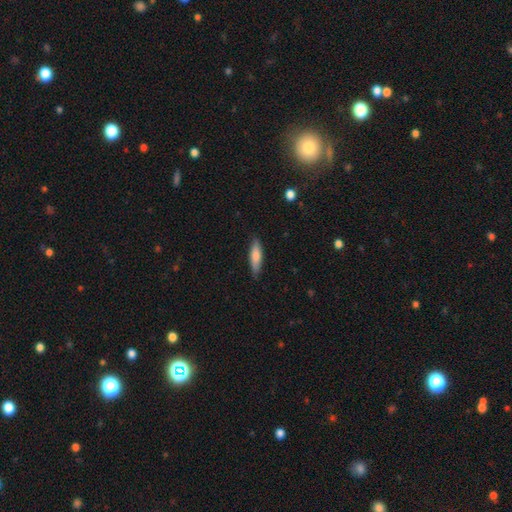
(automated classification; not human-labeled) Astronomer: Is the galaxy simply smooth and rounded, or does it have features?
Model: smooth — 78%.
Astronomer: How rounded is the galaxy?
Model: cigar-shaped — 66%.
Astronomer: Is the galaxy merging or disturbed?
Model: none — 84%.